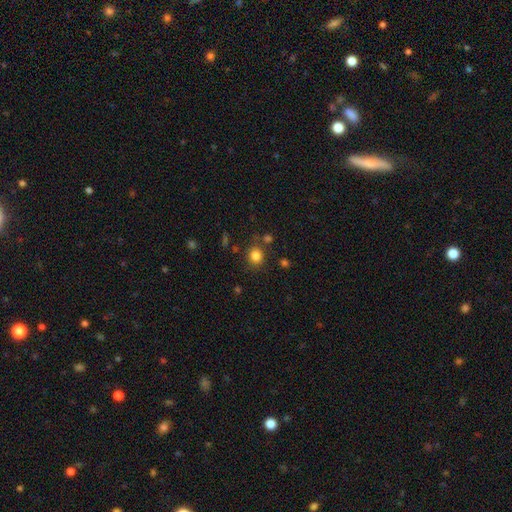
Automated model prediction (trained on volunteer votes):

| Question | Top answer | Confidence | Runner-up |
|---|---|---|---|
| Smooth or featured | smooth | 82% | star or artifact (13%) |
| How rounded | round | 83% | in between (16%) |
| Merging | none | 80% | minor disturbance (10%) |